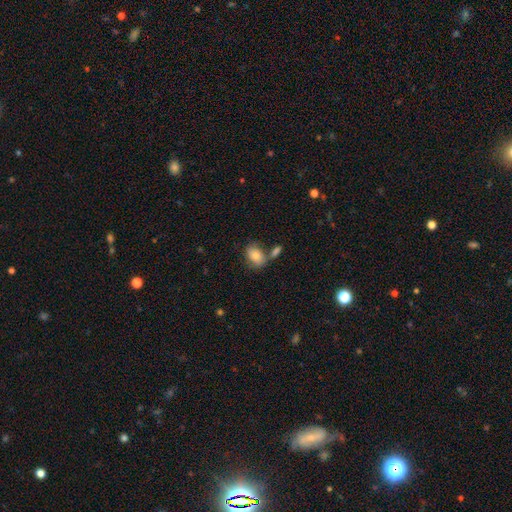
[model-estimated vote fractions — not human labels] A smooth galaxy with no disk features (81%) that is in between round and cigar-shaped (85%). Merging: none (53%).